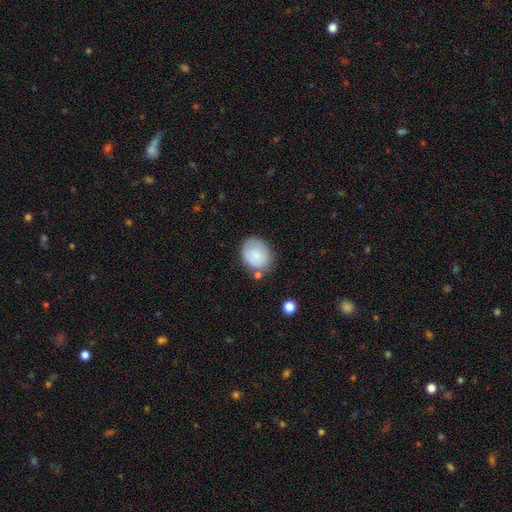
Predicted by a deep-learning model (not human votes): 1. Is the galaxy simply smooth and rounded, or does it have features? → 81% smooth, 12% featured or disk, 7% star or artifact.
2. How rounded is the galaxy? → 56% round, 43% in between, 1% cigar-shaped.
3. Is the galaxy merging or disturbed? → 68% none, 20% minor disturbance, 7% merger, 5% major disturbance.